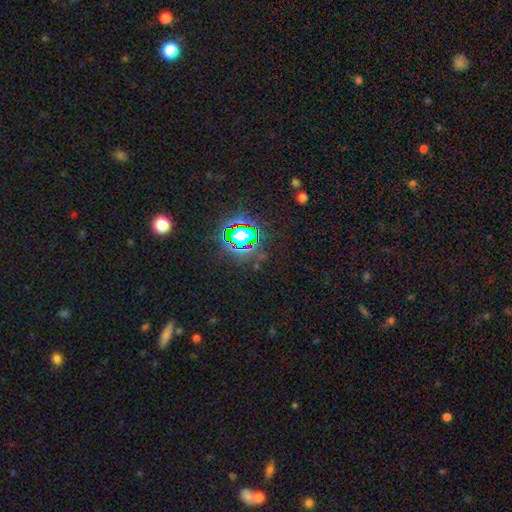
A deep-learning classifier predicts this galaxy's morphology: Smooth or featured? star or artifact (80%)